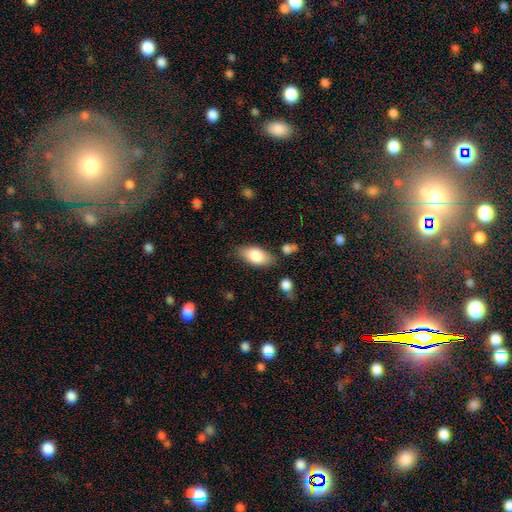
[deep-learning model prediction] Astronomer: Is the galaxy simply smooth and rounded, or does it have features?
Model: smooth — 81%.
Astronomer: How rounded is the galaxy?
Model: in between — 91%.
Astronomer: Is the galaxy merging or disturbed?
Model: none — 79%.